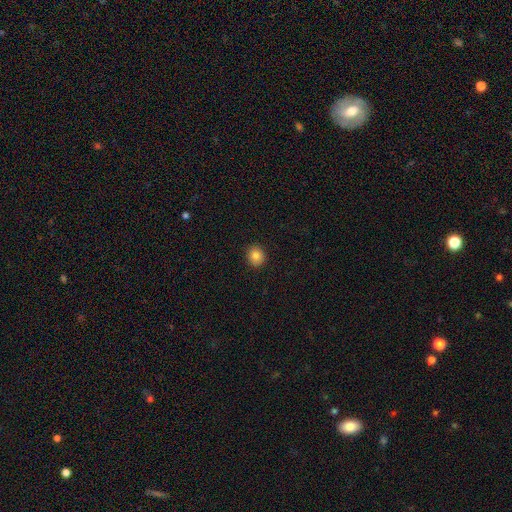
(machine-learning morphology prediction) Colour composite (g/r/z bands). It shows a smooth galaxy with no disk features (84%) that is round (79%). Merging: none (91%).